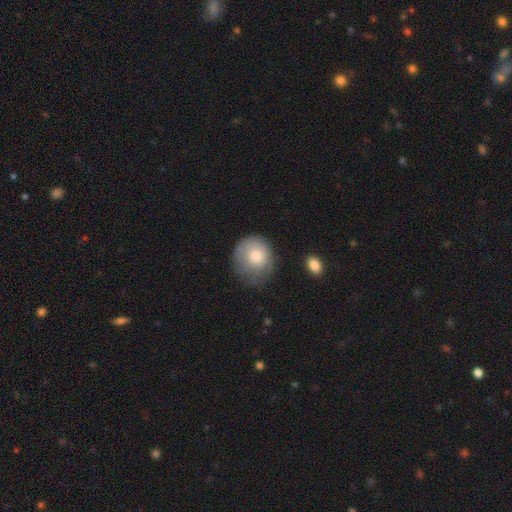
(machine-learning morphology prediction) This is likely a smooth galaxy (75%). How rounded: likely round (77%). Merging: possibly none (55%).